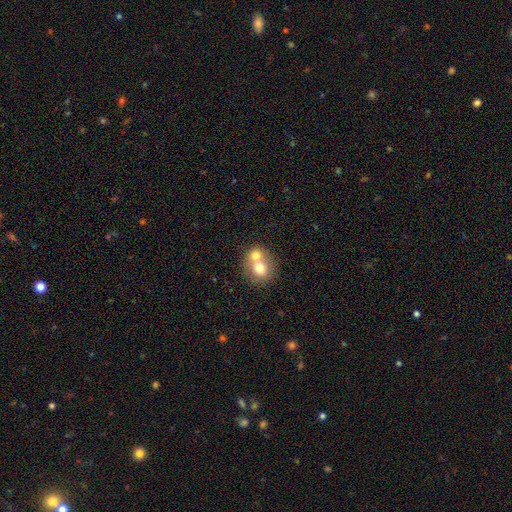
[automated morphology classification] Q: Smooth or featured?
A: smooth (69%); runner-up: featured or disk (22%)
Q: How rounded?
A: round (71%); runner-up: in between (28%)
Q: Merging?
A: merger (64%); runner-up: none (28%)